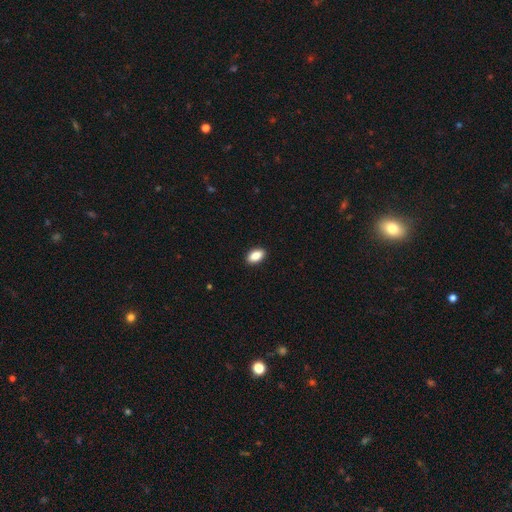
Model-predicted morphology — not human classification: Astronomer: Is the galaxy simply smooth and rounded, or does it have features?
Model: smooth — 87%.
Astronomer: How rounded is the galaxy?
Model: in between — 92%.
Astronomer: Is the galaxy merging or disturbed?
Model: none — 91%.